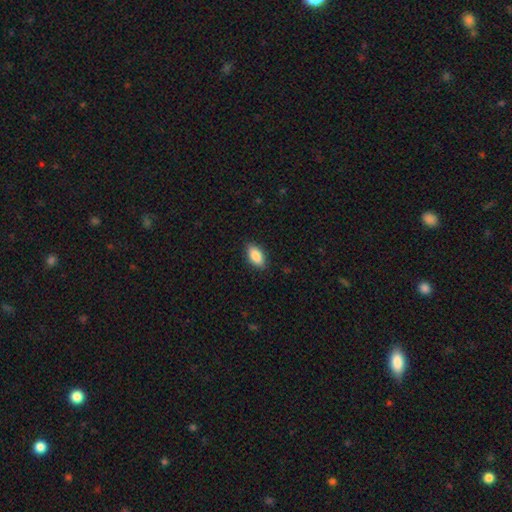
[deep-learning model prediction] Overall: smooth (86%). How rounded: in between (90%). Merging: none (87%).